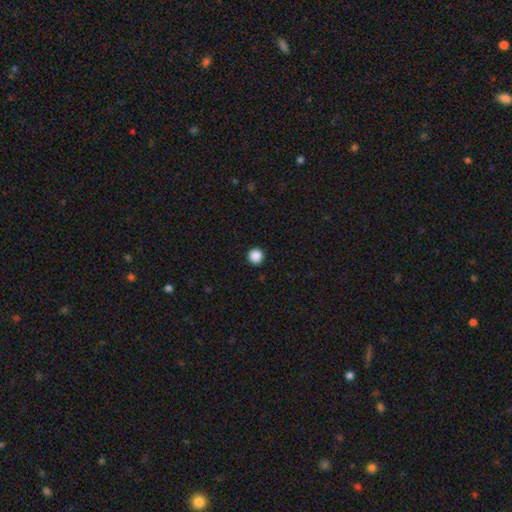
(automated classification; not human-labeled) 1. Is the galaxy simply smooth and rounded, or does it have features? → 88% smooth, 10% star or artifact, 2% featured or disk.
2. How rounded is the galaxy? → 96% round, 3% in between, 1% cigar-shaped.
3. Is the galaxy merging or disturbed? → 93% none, 5% minor disturbance, 2% major disturbance, 1% merger.